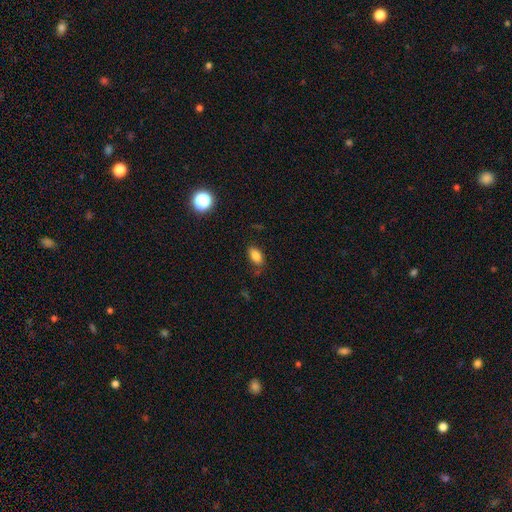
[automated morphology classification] Smooth or featured? smooth (84%)
How rounded? in between (89%)
Merging? none (79%)